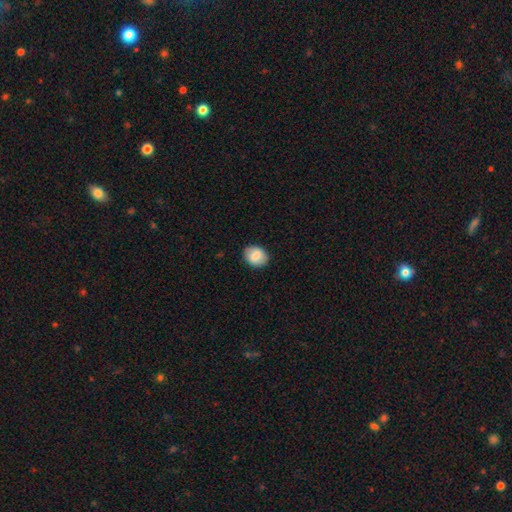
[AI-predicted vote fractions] smooth-or-featured: smooth: 80% | featured or disk: 13% | star or artifact: 7%
  how-rounded: in between: 50% | round: 49% | cigar-shaped: 1%
  merging: none: 87% | minor disturbance: 10% | major disturbance: 2% | merger: 1%